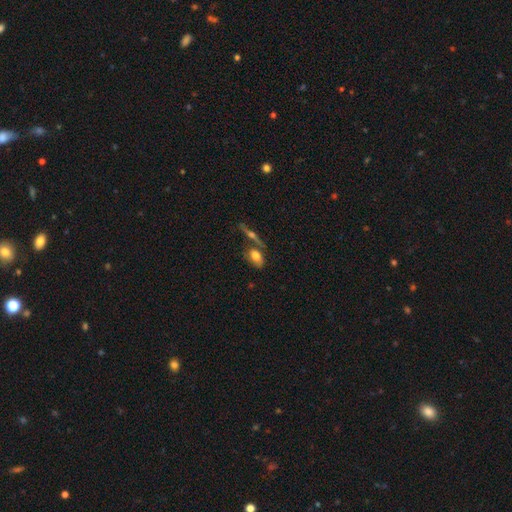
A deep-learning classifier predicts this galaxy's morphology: This appears to be a smooth galaxy with no disk features (67%) that is in between round and cigar-shaped (81%). Merging: none (53%).